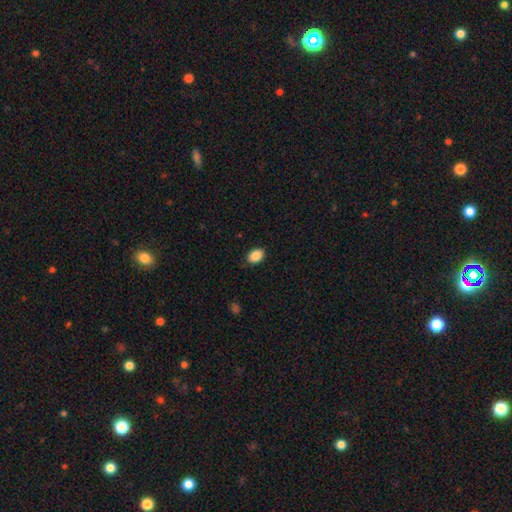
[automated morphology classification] smooth-or-featured: smooth: 88% | star or artifact: 8% | featured or disk: 4%
  how-rounded: in between: 78% | round: 20% | cigar-shaped: 1%
  merging: none: 86% | minor disturbance: 11% | major disturbance: 2% | merger: 1%